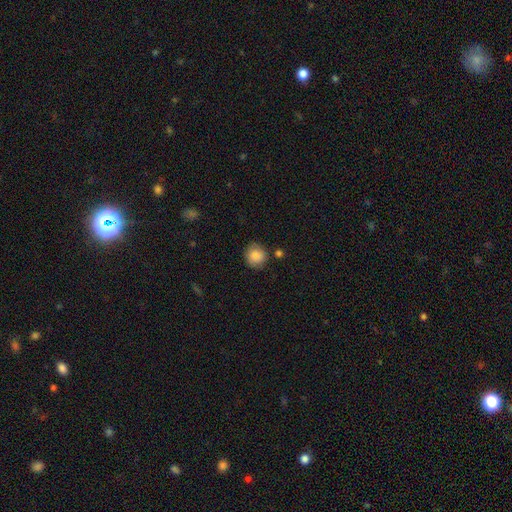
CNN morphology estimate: This is clearly a smooth galaxy (86%). How rounded: clearly round (89%). Merging: likely none (78%).